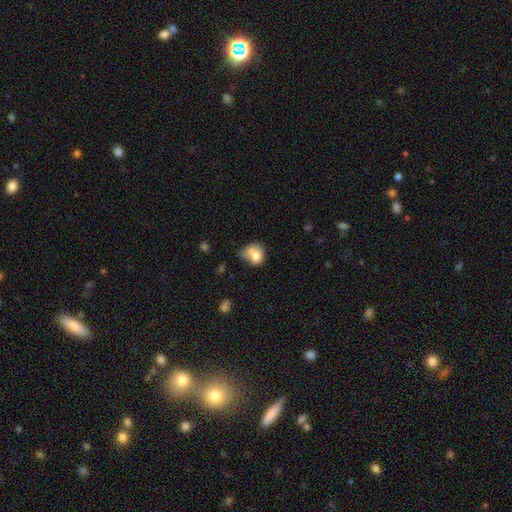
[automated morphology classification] type=smooth (71%); roundness=round (54%); merging=merger (36%).